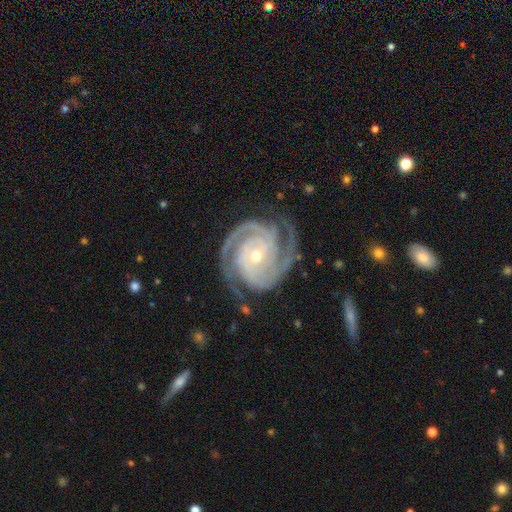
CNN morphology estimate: Smooth or featured? Predicted: featured or disk (p=0.94). Edge-on disk? Predicted: no (p=0.98). Bar? Predicted: no (p=0.67). Spiral arms? Predicted: yes (p=0.99). Spiral winding? Predicted: tight (p=0.74). Spiral arm count? Predicted: 2 (p=0.40). Bulge size? Predicted: small (p=0.51). Merging? Predicted: none (p=0.78).